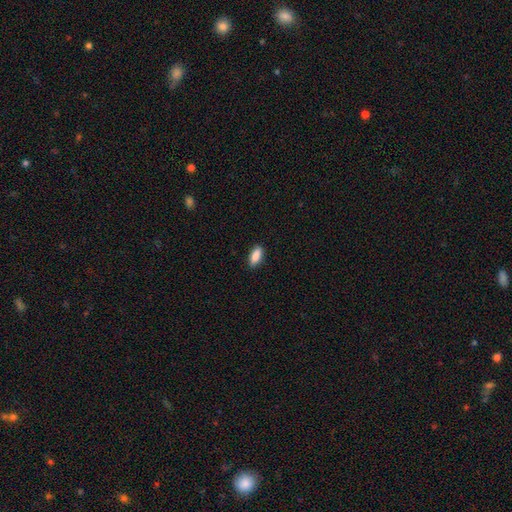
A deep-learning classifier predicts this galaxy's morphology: smooth 89%, star or artifact 6%, featured or disk 4%. Down the decision tree: how rounded — in between (83%); merging — none (89%).